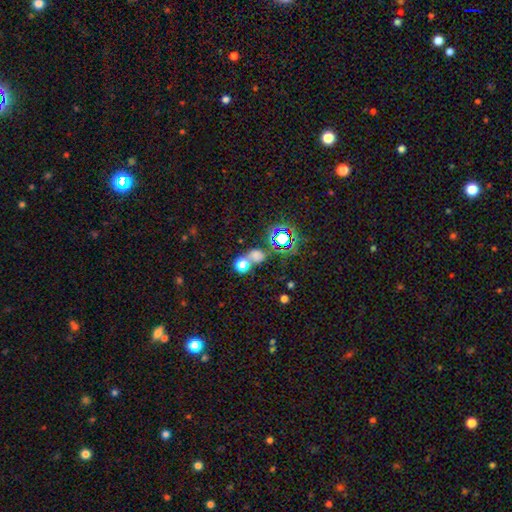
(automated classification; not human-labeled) Smooth or featured? smooth (53%)
How rounded? round (68%)
Merging? none (45%)